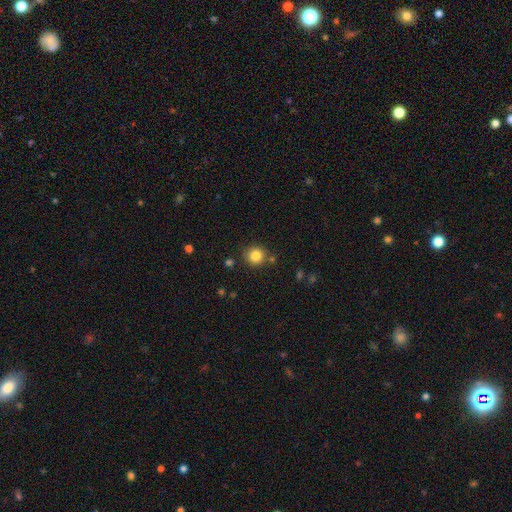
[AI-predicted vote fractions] smooth_or_featured: smooth (p=0.83) [alt: star or artifact p=0.11]
how_rounded: round (p=0.92) [alt: in between p=0.07]
merging: none (p=0.82) [alt: minor disturbance p=0.09]